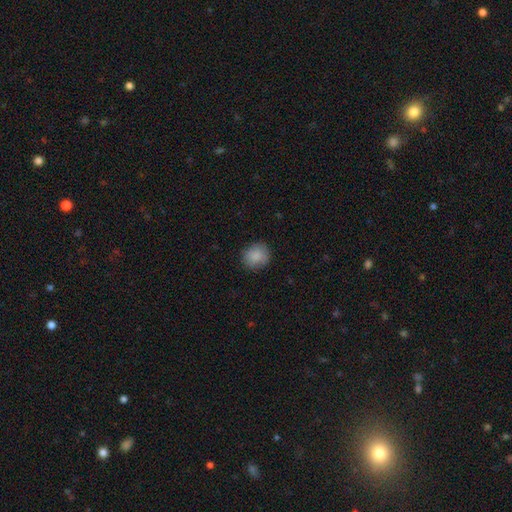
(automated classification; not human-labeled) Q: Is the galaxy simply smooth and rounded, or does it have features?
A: smooth — 87%.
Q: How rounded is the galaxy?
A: round — 80%.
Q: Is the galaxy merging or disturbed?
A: none — 84%.